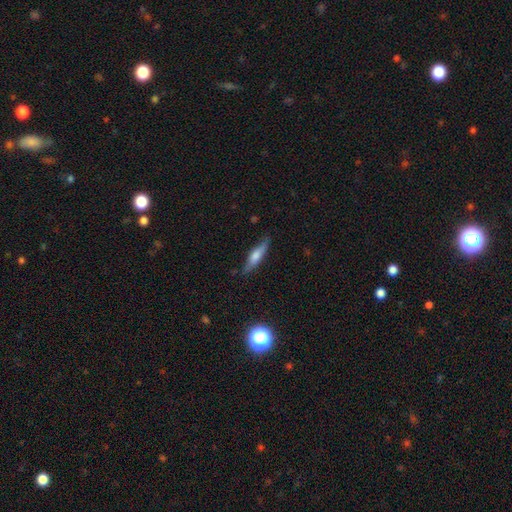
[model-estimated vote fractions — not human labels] Q: Smooth or featured?
A: featured or disk (48%); runner-up: smooth (44%)
Q: Merging?
A: none (83%); runner-up: minor disturbance (13%)